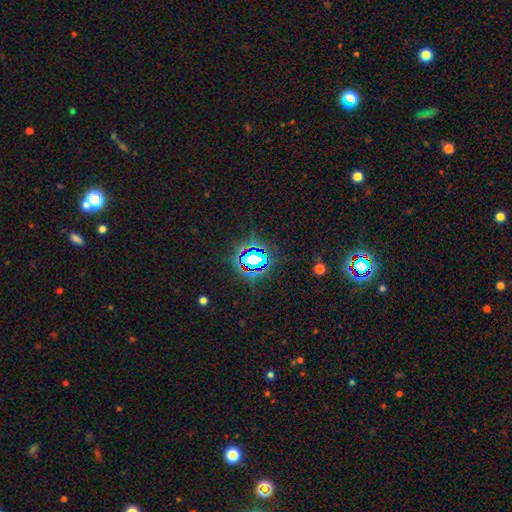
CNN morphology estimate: Smooth or featured? Predicted: star or artifact (p=0.74).